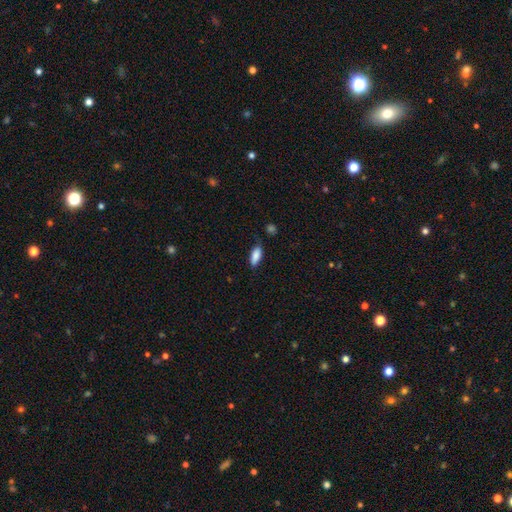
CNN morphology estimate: The model was most divided on "merging": none: 69%, minor disturbance: 24%, major disturbance: 5%, merger: 3%. More confident: smooth or featured — smooth (85%); how rounded — in between (79%).